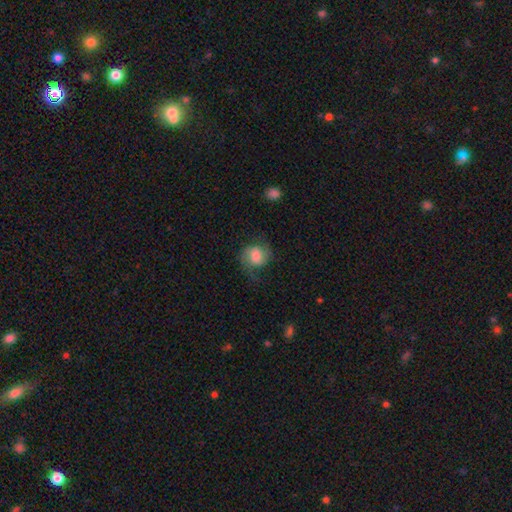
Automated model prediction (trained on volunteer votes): smooth_or_featured: featured or disk (p=0.54) [alt: smooth p=0.38]
disk_edge_on: no (p=0.98) [alt: yes p=0.02]
bar: no (p=0.57) [alt: weak p=0.35]
has_spiral_arms: yes (p=0.92) [alt: no p=0.08]
bulge_size: moderate (p=0.41) [alt: large p=0.24]
merging: none (p=0.63) [alt: minor disturbance p=0.20]